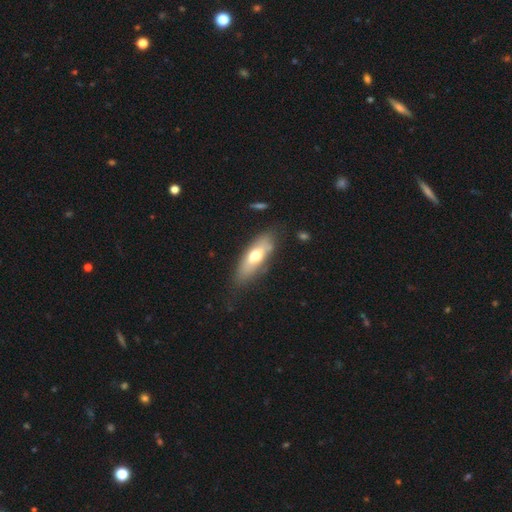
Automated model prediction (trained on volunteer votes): smooth-or-featured: smooth: 59% | featured or disk: 34% | star or artifact: 6%
  how-rounded: in between: 65% | cigar-shaped: 32% | round: 3%
  merging: none: 73% | minor disturbance: 19% | major disturbance: 6% | merger: 3%